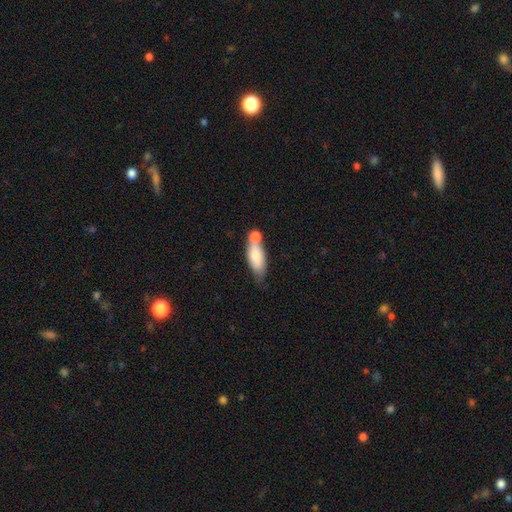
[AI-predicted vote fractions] Smooth or featured: smooth — 73% (featured or disk — 21%)
How rounded: in between — 74% (cigar-shaped — 23%)
Merging: merger — 43% (none — 35%)